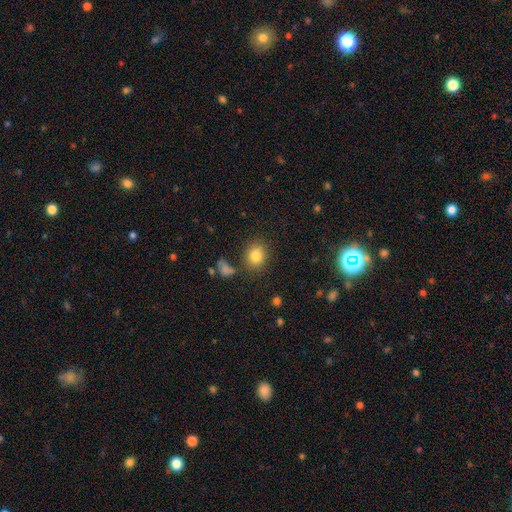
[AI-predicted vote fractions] A smooth galaxy with no disk features (82%) that is round (66%).

Vote fractions:
- Smooth or featured? smooth: 82% / star or artifact: 11% / featured or disk: 7%
- How rounded? round: 66% / in between: 33% / cigar-shaped: 1%
- Merging? none: 79% / minor disturbance: 12% / merger: 5% / major disturbance: 4%